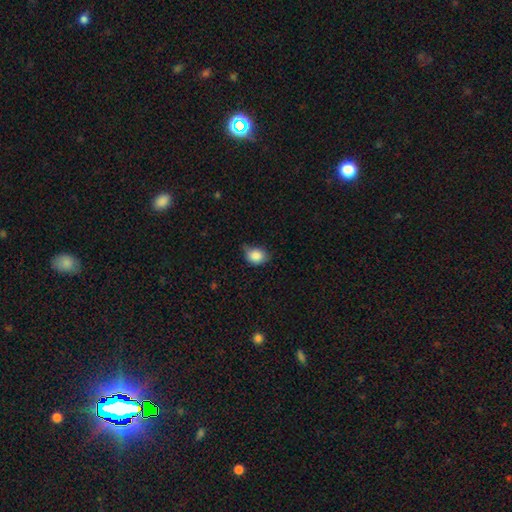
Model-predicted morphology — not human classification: smooth_or_featured: smooth (p=0.86) [alt: star or artifact p=0.09]
how_rounded: in between (p=0.50) [alt: round p=0.49]
merging: none (p=0.46) [alt: minor disturbance p=0.43]